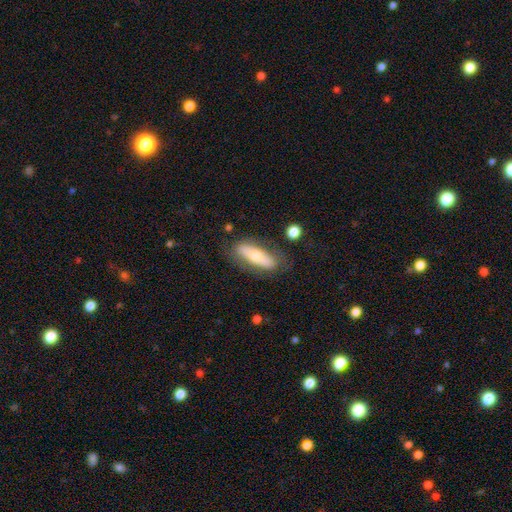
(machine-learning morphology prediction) smooth_or_featured: smooth (p=0.55) [alt: featured or disk p=0.39]
how_rounded: in between (p=0.51) [alt: cigar-shaped p=0.46]
merging: none (p=0.73) [alt: minor disturbance p=0.17]